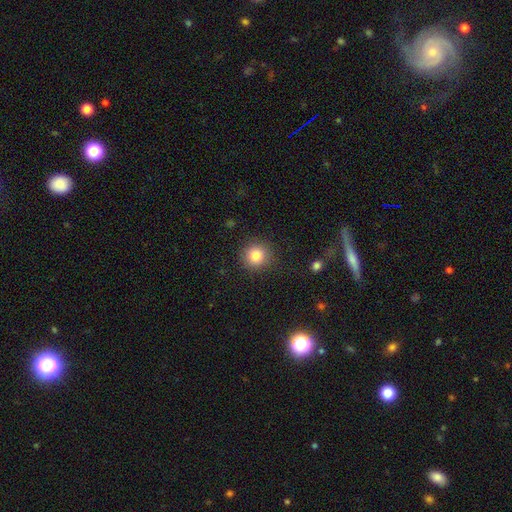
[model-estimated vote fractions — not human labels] Smooth or featured?
  - smooth: 83% *
  - star or artifact: 11%
  - featured or disk: 7%
How rounded?
  - round: 93% *
  - in between: 6%
  - cigar-shaped: 1%
Merging?
  - none: 88% *
  - minor disturbance: 8%
  - major disturbance: 3%
  - merger: 1%